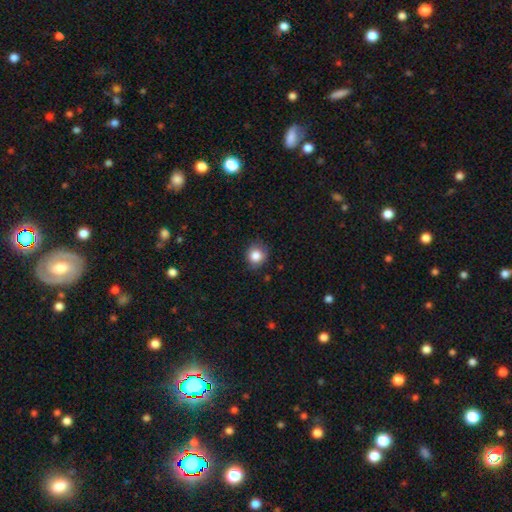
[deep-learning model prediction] smooth-or-featured: smooth: 84% | star or artifact: 9% | featured or disk: 7%
  how-rounded: round: 81% | in between: 18% | cigar-shaped: 1%
  merging: none: 78% | minor disturbance: 18% | major disturbance: 3% | merger: 1%